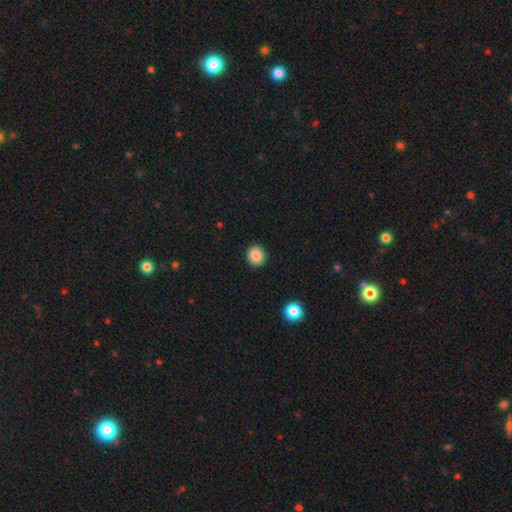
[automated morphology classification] This is clearly a smooth galaxy (87%). How rounded: clearly round (87%). Merging: clearly none (92%).